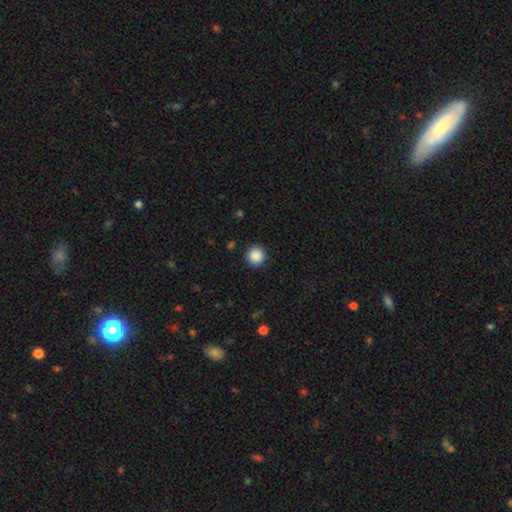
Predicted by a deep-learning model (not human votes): smooth-or-featured: smooth: 88% | star or artifact: 9% | featured or disk: 3%
  how-rounded: round: 95% | in between: 5% | cigar-shaped: 1%
  merging: none: 91% | minor disturbance: 6% | major disturbance: 2% | merger: 1%